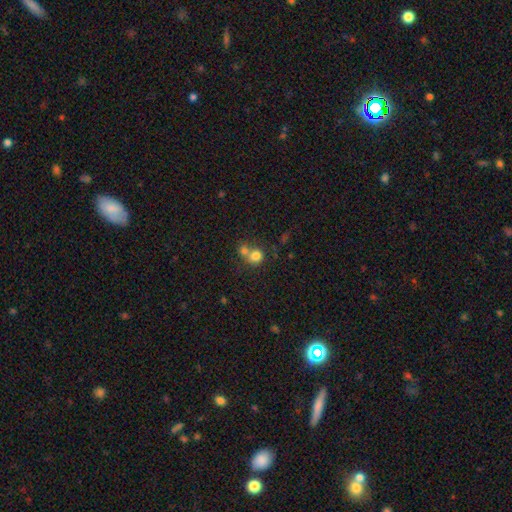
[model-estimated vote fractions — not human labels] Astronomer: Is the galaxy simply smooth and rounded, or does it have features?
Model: smooth — 78%.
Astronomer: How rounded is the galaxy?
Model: round — 82%.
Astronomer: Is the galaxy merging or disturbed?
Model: merger — 52% (runner-up: none, 38%).